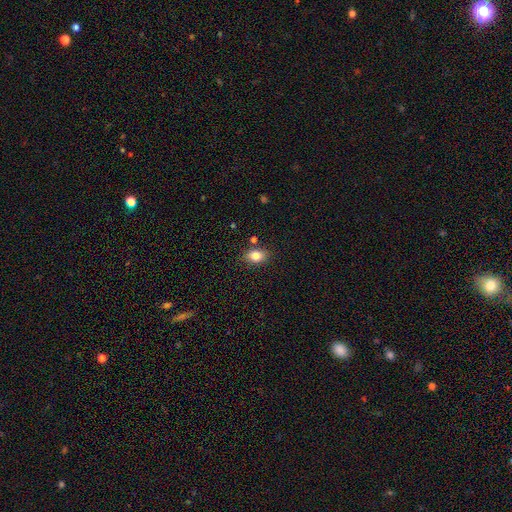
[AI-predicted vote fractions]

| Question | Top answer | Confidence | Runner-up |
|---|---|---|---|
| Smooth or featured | smooth | 83% | star or artifact (10%) |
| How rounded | in between | 73% | round (25%) |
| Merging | none | 79% | minor disturbance (12%) |